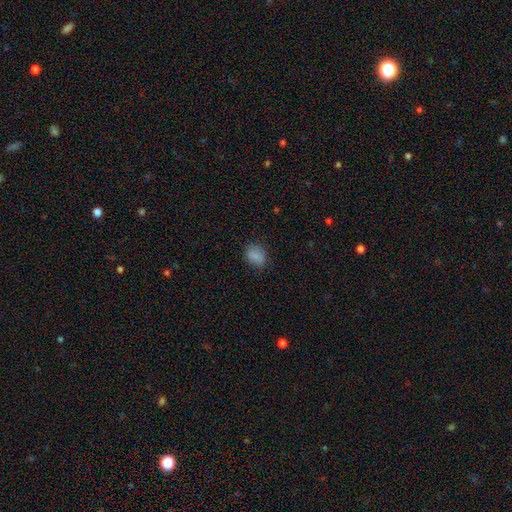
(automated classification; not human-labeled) Smooth or featured?
  - smooth: 84% *
  - star or artifact: 10%
  - featured or disk: 6%
How rounded?
  - in between: 59% *
  - round: 39%
  - cigar-shaped: 2%
Merging?
  - none: 82% *
  - minor disturbance: 14%
  - major disturbance: 3%
  - merger: 1%